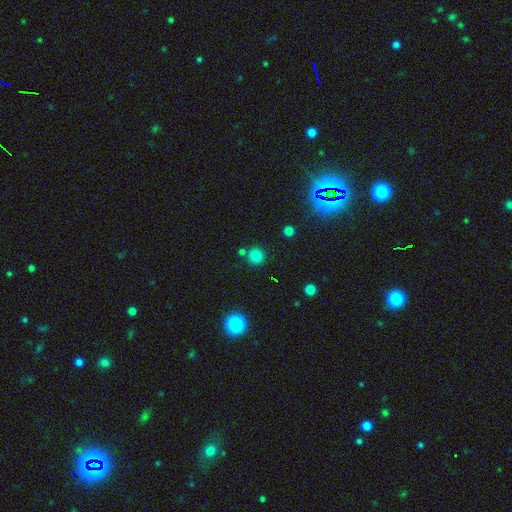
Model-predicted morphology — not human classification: Overall: smooth (78%). How rounded: round (94%). Merging: none (78%).